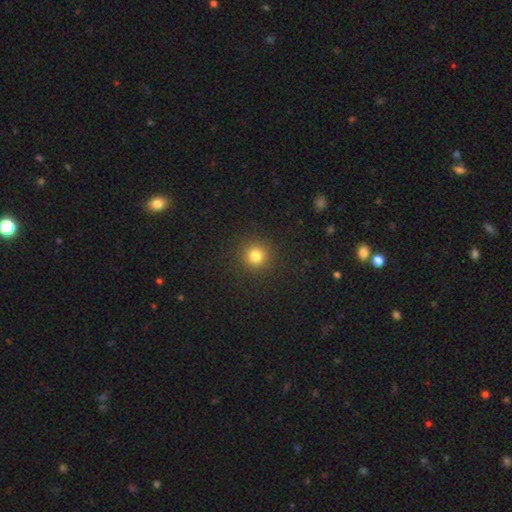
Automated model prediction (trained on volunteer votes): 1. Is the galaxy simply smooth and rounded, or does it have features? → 81% smooth, 14% star or artifact, 5% featured or disk.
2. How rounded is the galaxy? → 95% round, 4% in between, 1% cigar-shaped.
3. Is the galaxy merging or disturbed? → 91% none, 5% minor disturbance, 2% major disturbance, 1% merger.